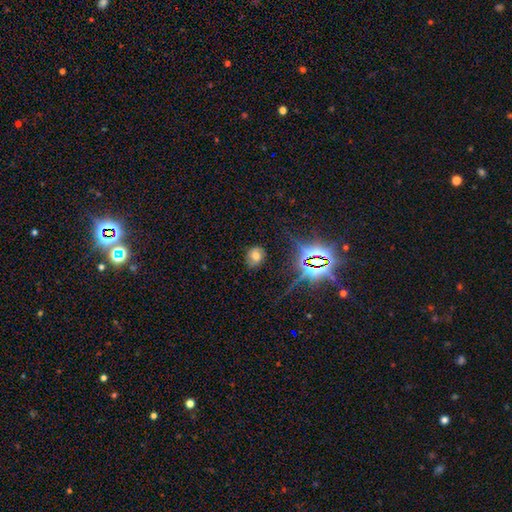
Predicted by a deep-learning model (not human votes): Morphology: type=smooth (57%); roundness=round (59%); merging=none (80%).